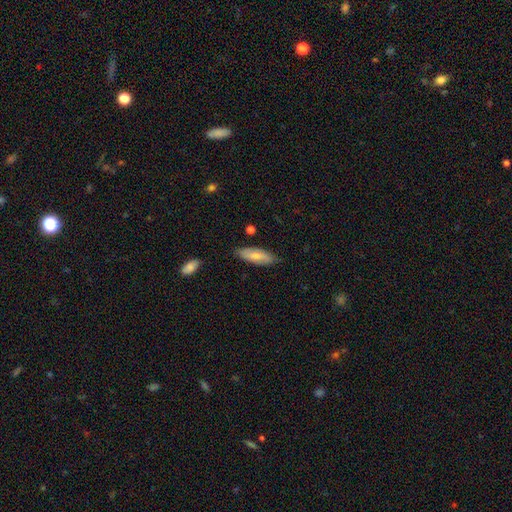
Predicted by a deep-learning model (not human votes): Smooth or featured? Predicted: smooth (p=0.72). How rounded? Predicted: in between (p=0.61). Merging? Predicted: none (p=0.81).